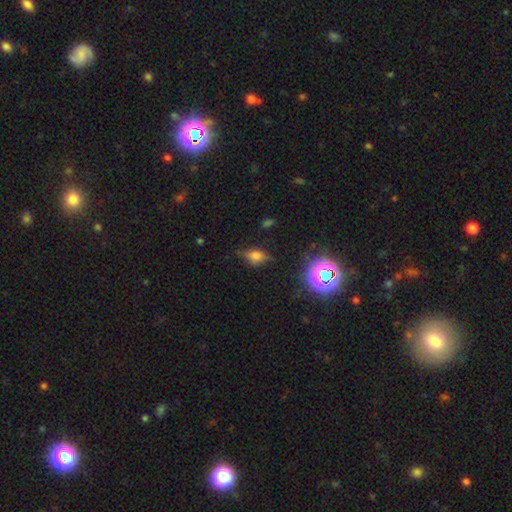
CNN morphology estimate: A smooth galaxy with no disk features (55%) that is in between round and cigar-shaped (72%).

Vote fractions:
- Smooth or featured? smooth: 55% / featured or disk: 26% / star or artifact: 20%
- How rounded? in between: 72% / round: 21% / cigar-shaped: 7%
- Merging? none: 62% / minor disturbance: 25% / major disturbance: 10% / merger: 2%